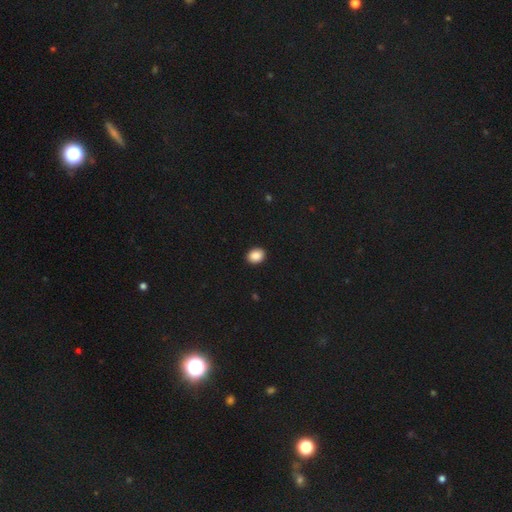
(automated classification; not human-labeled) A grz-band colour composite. It shows a smooth galaxy with no disk features (89%) that is in between round and cigar-shaped (59%). Merging: none (92%).